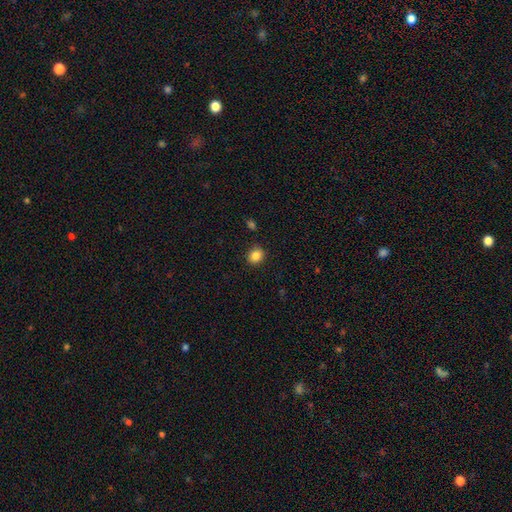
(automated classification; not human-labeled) This appears to be a smooth galaxy with no disk features (85%) that is round (74%). Merging: none (87%).